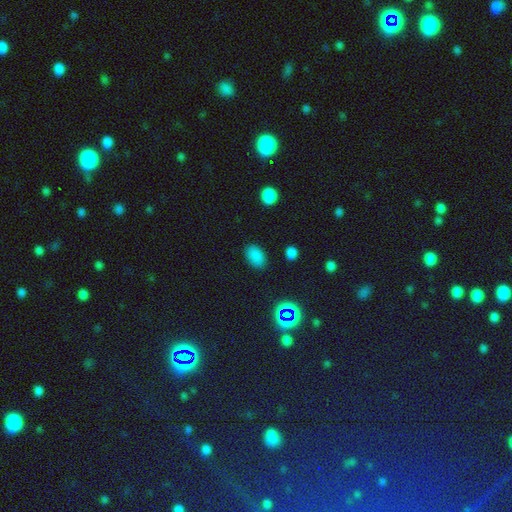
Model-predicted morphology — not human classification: A smooth galaxy with no disk features (81%) that is in between round and cigar-shaped (87%). Merging: none (86%).